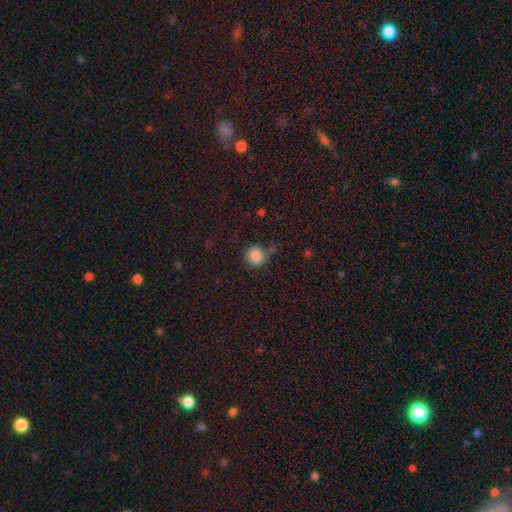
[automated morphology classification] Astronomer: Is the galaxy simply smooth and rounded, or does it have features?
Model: smooth — 84%.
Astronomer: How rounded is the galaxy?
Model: round — 87%.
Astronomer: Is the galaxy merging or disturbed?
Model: none — 67%.